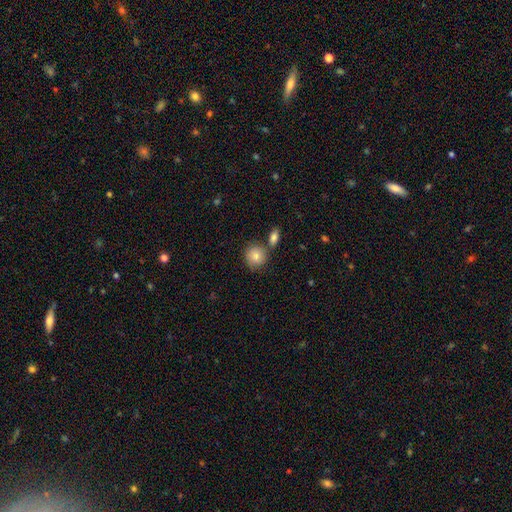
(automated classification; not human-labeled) Overall: smooth (81%). How rounded: round (86%). Merging: none (68%).